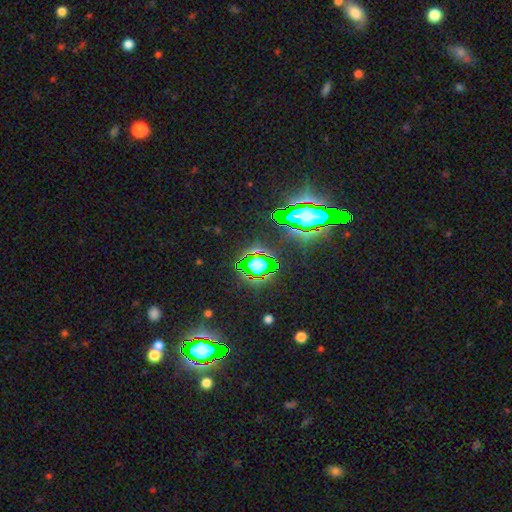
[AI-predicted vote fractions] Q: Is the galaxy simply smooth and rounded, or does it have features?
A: star or artifact — 79%.